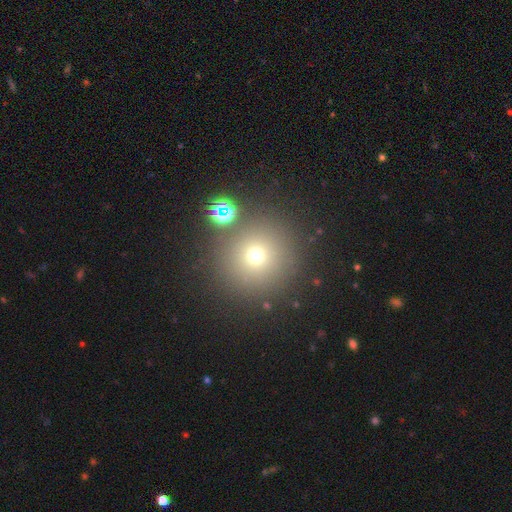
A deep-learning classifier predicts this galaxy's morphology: This appears to be a smooth galaxy with no disk features (67%) that is round (95%). Merging: none (83%).